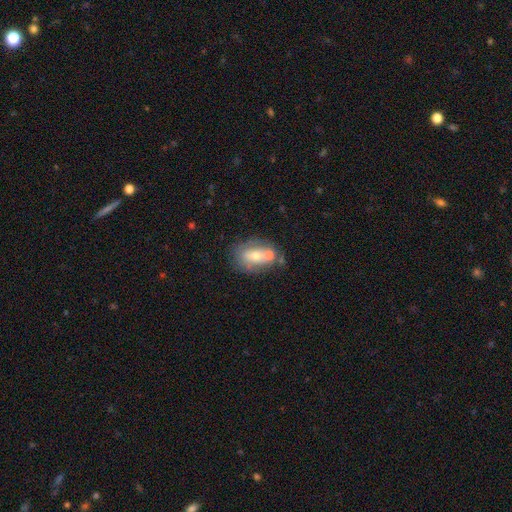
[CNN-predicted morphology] The model was most divided on "smooth or featured": smooth: 47%, featured or disk: 44%, star or artifact: 10%. Remaining: merging — none (44%).